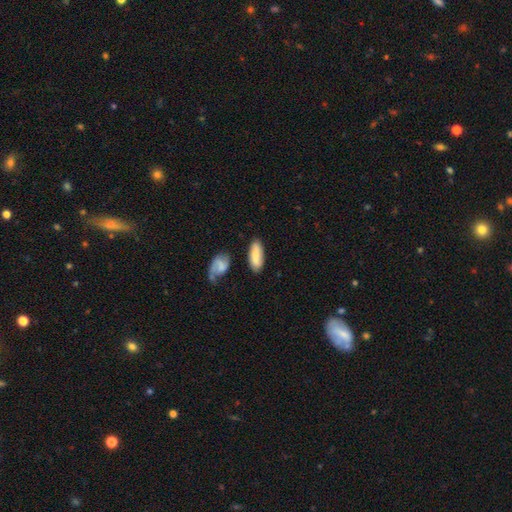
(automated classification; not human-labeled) Smooth or featured?
  - smooth: 75% *
  - featured or disk: 18%
  - star or artifact: 6%
How rounded?
  - in between: 78% *
  - cigar-shaped: 20%
  - round: 2%
Merging?
  - none: 74% *
  - minor disturbance: 16%
  - merger: 6%
  - major disturbance: 4%